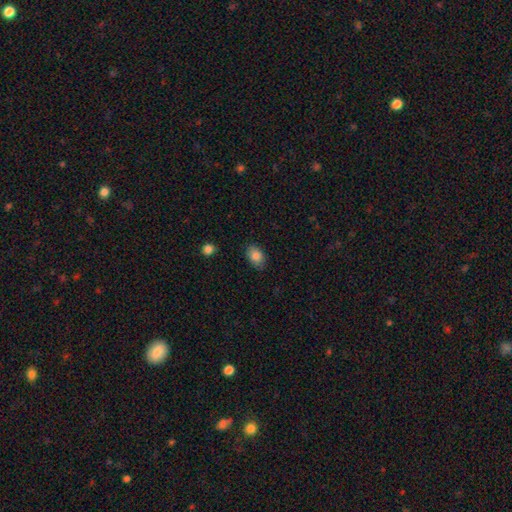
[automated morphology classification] A smooth galaxy with no disk features (85%) that is in between round and cigar-shaped (81%).

Vote fractions:
- Smooth or featured? smooth: 85% / star or artifact: 9% / featured or disk: 6%
- How rounded? in between: 81% / round: 18% / cigar-shaped: 1%
- Merging? none: 83% / minor disturbance: 13% / major disturbance: 3% / merger: 1%